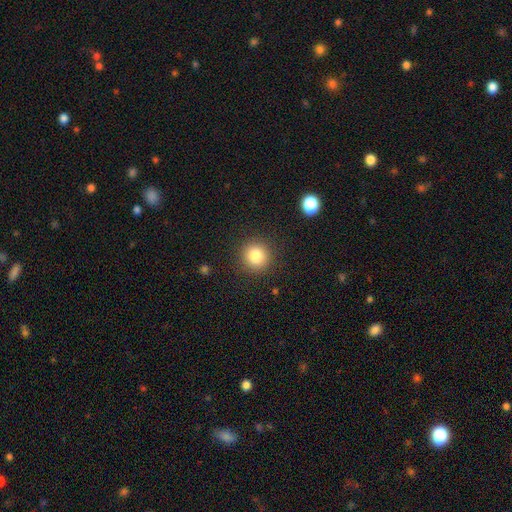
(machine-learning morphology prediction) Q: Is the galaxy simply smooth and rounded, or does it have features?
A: smooth — 82%.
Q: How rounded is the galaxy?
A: round — 93%.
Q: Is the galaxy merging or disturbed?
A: none — 90%.